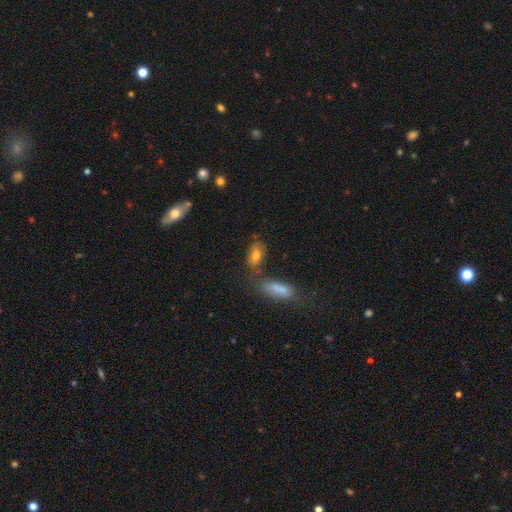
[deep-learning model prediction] smooth 71%, featured or disk 19%, star or artifact 10%. Down the decision tree: how rounded — in between (84%); merging — none (53%).